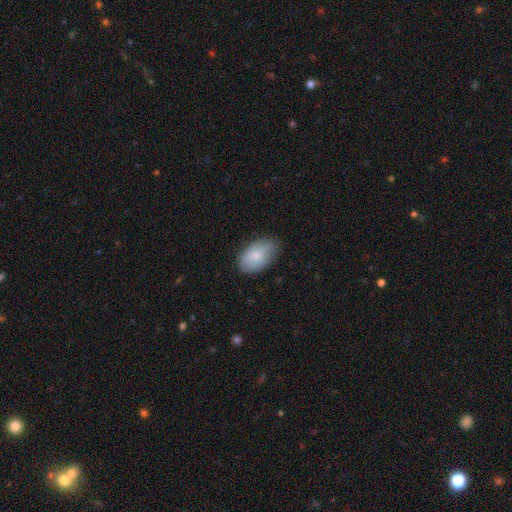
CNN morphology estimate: This is likely a smooth galaxy (79%). How rounded: clearly in between (92%). Merging: likely none (71%).